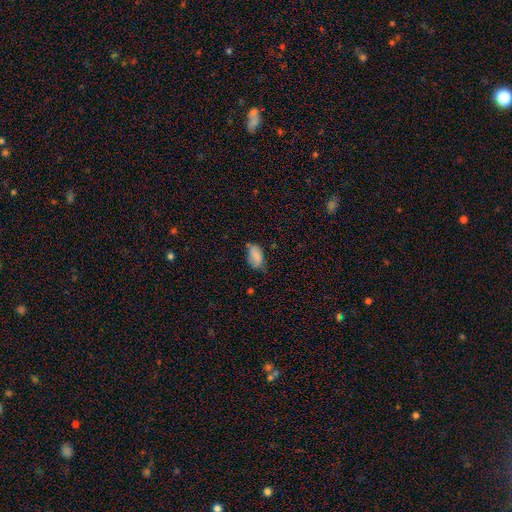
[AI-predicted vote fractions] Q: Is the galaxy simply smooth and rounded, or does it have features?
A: smooth — 82%.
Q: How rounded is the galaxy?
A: in between — 93%.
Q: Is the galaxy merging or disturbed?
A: none — 49%.